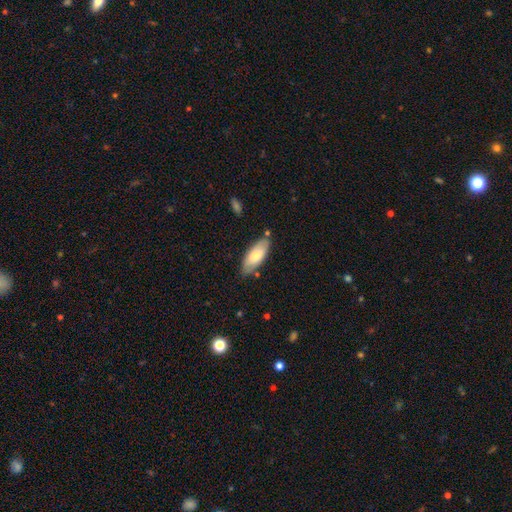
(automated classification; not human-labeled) Overall: smooth (73%). How rounded: in between (81%). Merging: none (77%).